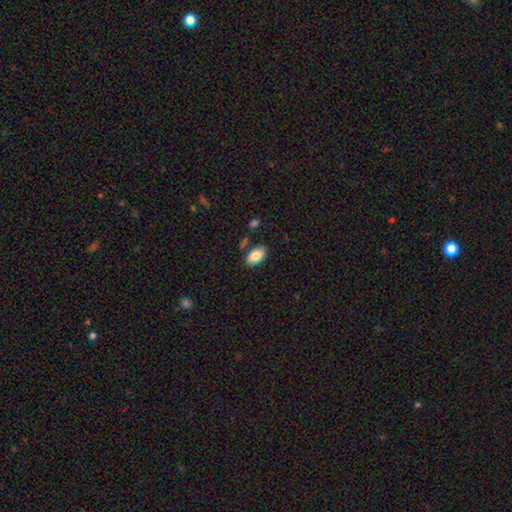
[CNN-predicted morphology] The model was most divided on "merging": none: 79%, minor disturbance: 13%, merger: 5%, major disturbance: 3%. More confident: how rounded — in between (94%); smooth or featured — smooth (84%).